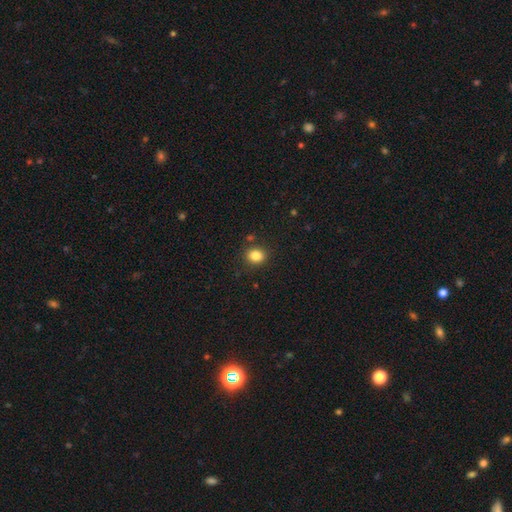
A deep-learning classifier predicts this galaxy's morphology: smooth_or_featured: smooth (p=0.84) [alt: star or artifact p=0.11]
how_rounded: round (p=0.66) [alt: in between p=0.33]
merging: none (p=0.86) [alt: minor disturbance p=0.09]